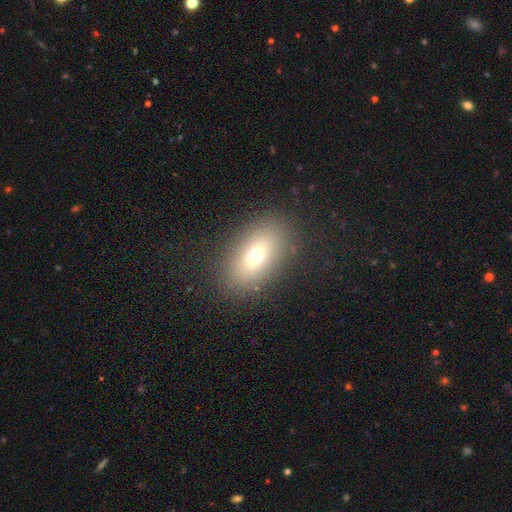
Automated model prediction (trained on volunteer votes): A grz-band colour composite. It shows a smooth galaxy with no disk features (69%) that is in between round and cigar-shaped (85%). Merging: none (86%).